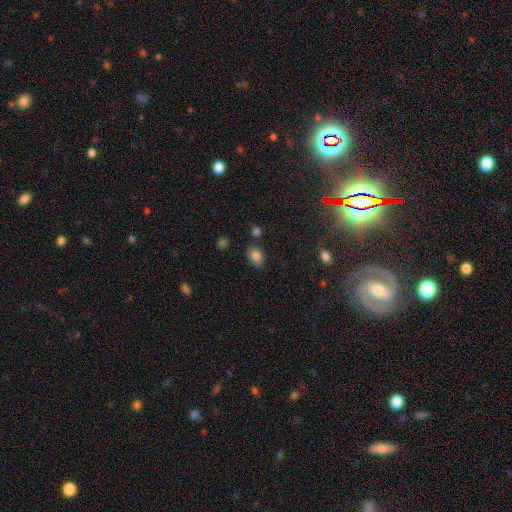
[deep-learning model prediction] Smooth or featured? smooth (83%)
How rounded? in between (76%)
Merging? none (73%)